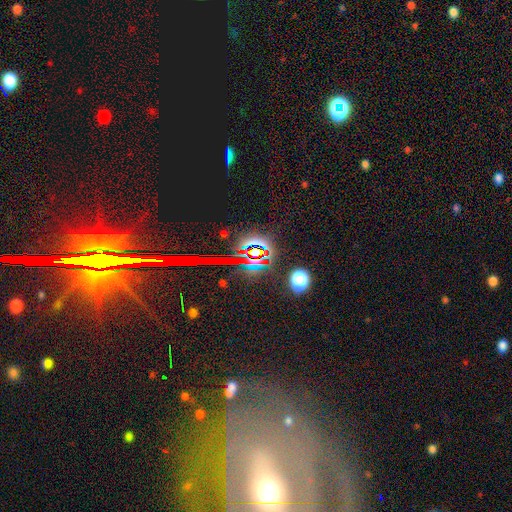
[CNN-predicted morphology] Q: Smooth or featured?
A: star or artifact (74%); runner-up: smooth (16%)